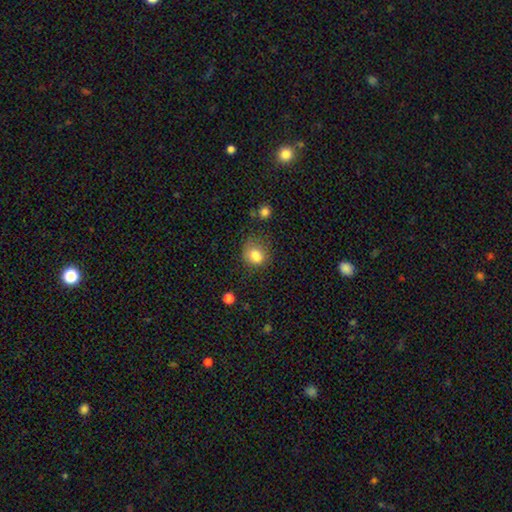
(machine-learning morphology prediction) This is likely a smooth galaxy (78%). How rounded: possibly round (50%). Merging: possibly none (48%).